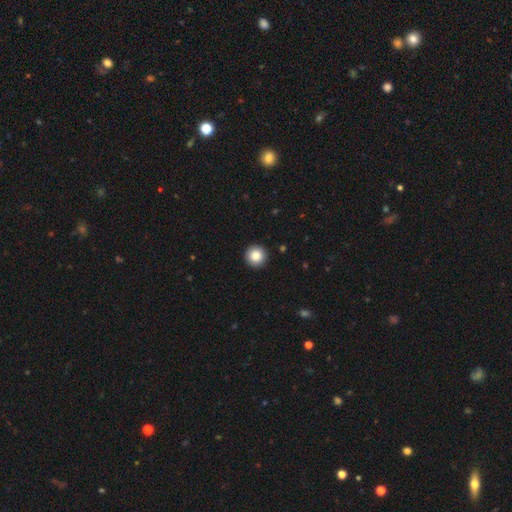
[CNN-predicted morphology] Smooth or featured: smooth — 87% (star or artifact — 9%)
How rounded: round — 96% (in between — 3%)
Merging: none — 93% (minor disturbance — 4%)